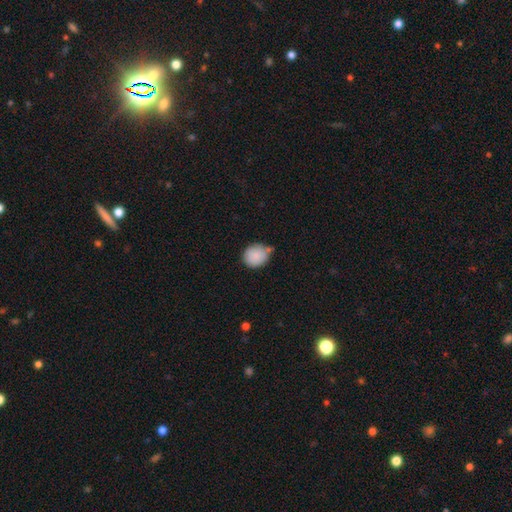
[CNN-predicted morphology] Q: Smooth or featured?
A: smooth (88%); runner-up: star or artifact (7%)
Q: How rounded?
A: round (77%); runner-up: in between (22%)
Q: Merging?
A: none (62%); runner-up: minor disturbance (24%)